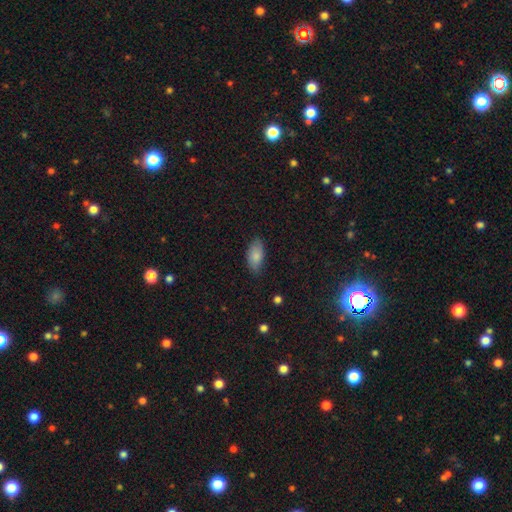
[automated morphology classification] A smooth galaxy with no disk features (82%) that is in between round and cigar-shaped (92%). Merging: none (78%).